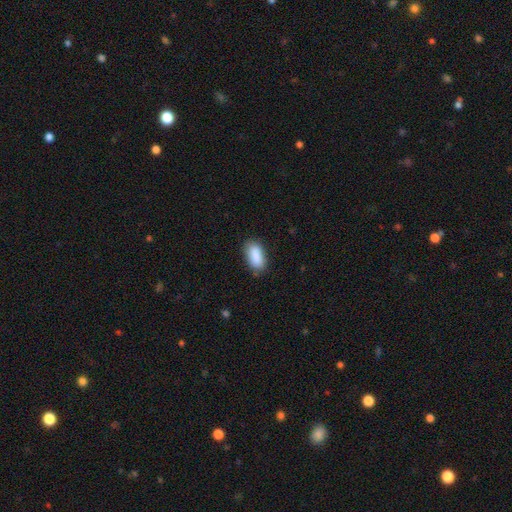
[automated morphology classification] smooth_or_featured: smooth (p=0.89) [alt: star or artifact p=0.07]
how_rounded: in between (p=0.90) [alt: cigar-shaped p=0.07]
merging: none (p=0.81) [alt: minor disturbance p=0.14]